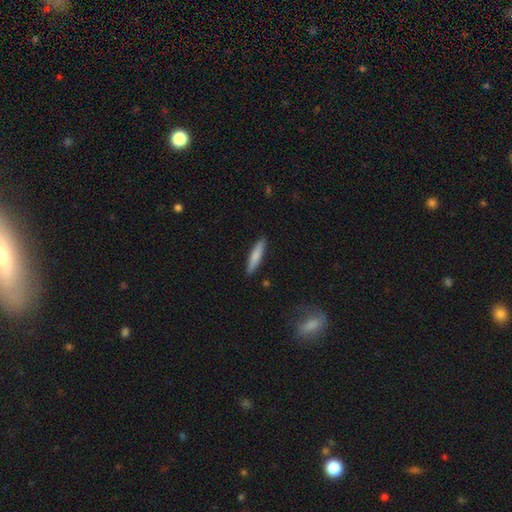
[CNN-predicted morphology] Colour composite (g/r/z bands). It shows a smooth galaxy with no disk features (78%) that is cigar-shaped (87%). Merging: none (90%).